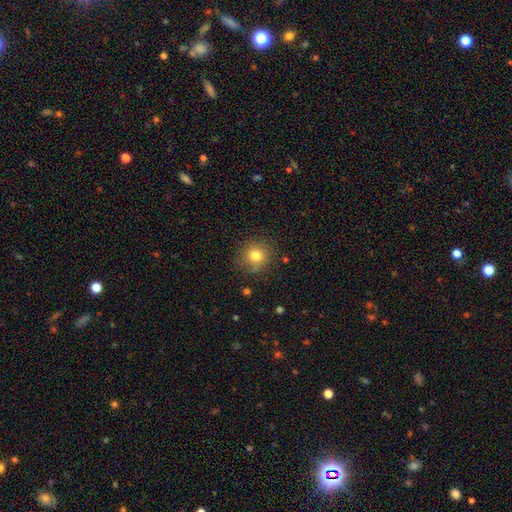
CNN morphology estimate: This is likely a smooth galaxy (78%). How rounded: clearly round (90%). Merging: clearly none (85%).